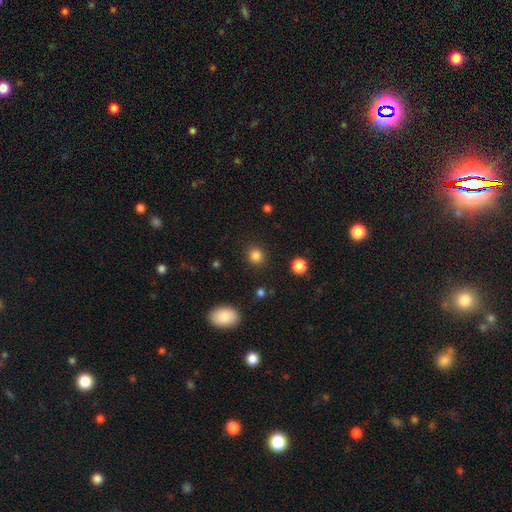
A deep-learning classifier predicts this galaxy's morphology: smooth 85%, star or artifact 12%, featured or disk 4%. Down the decision tree: how rounded — round (87%); merging — none (90%).